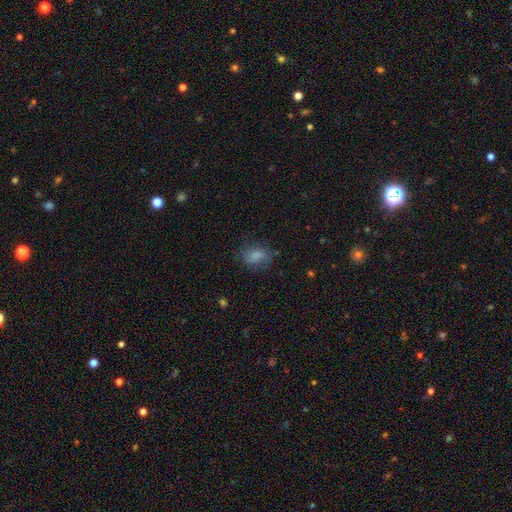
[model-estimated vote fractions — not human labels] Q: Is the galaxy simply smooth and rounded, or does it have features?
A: smooth — 72%.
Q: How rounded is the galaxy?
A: in between — 75%.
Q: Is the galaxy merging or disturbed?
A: none — 68%.